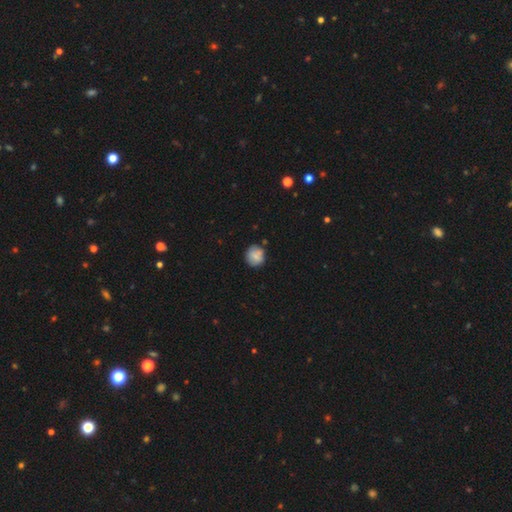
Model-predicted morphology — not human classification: smooth 80%, featured or disk 12%, star or artifact 8%. Down the decision tree: how rounded — round (86%); merging — none (76%).